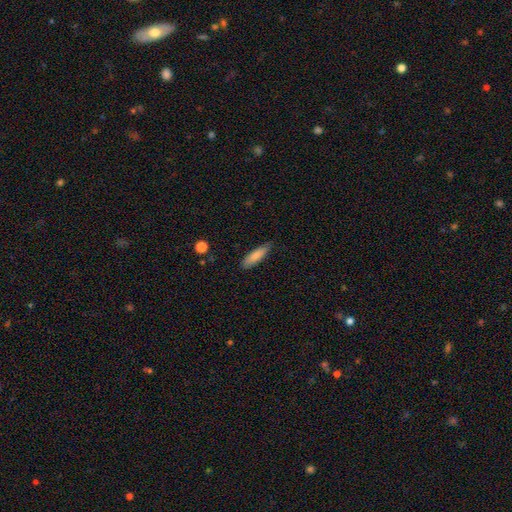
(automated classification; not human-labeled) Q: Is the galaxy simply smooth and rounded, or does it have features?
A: smooth — 83%.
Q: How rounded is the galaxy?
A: cigar-shaped — 63%.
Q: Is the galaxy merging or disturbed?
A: none — 80%.